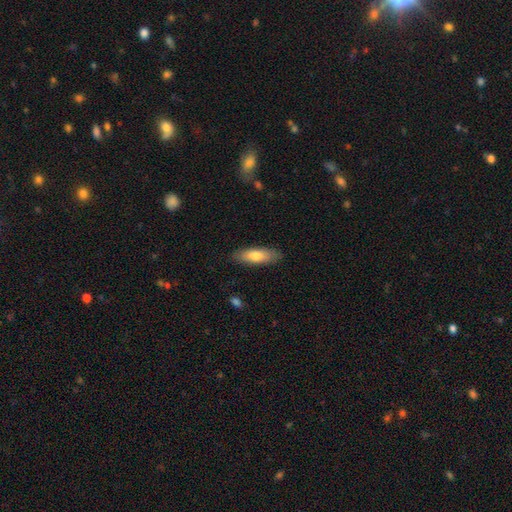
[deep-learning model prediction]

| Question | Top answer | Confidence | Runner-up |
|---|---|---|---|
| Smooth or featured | smooth | 76% | featured or disk (19%) |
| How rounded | in between | 57% | cigar-shaped (42%) |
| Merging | none | 85% | minor disturbance (11%) |